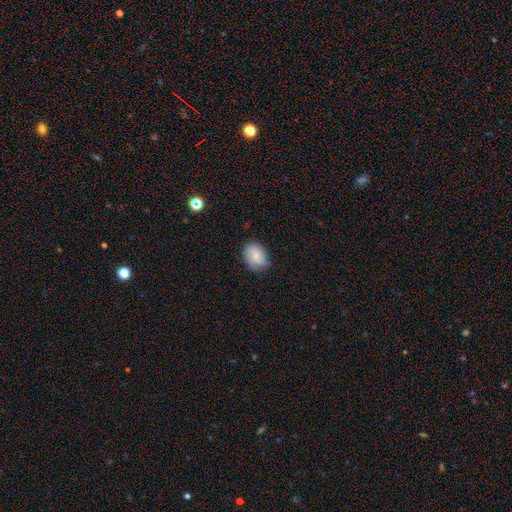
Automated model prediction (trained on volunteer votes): A smooth galaxy with no disk features (74%) that is in between round and cigar-shaped (65%). Merging: none (74%).